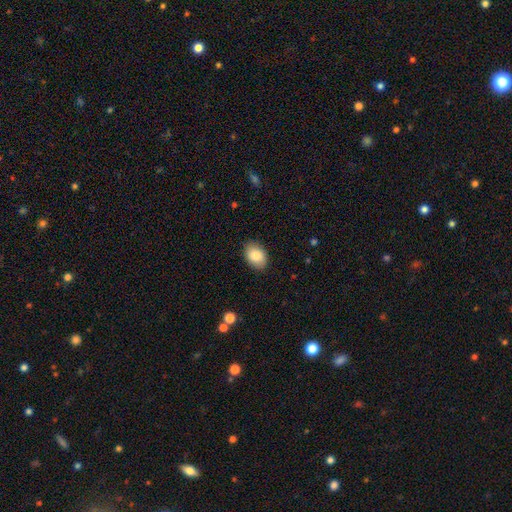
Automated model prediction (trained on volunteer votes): smooth 86%, featured or disk 7%, star or artifact 7%. Down the decision tree: how rounded — in between (80%); merging — none (87%).